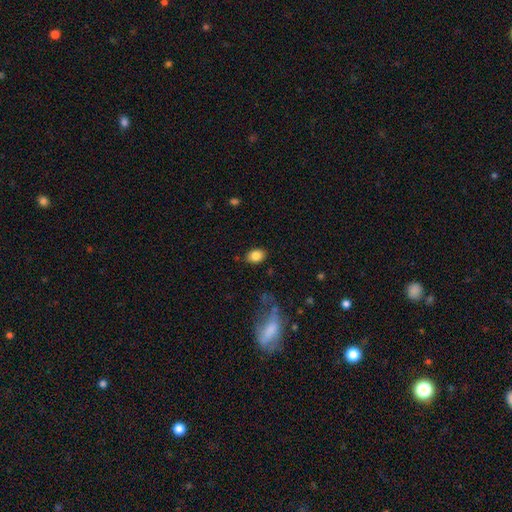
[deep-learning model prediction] A smooth galaxy with no disk features (83%) that is in between round and cigar-shaped (72%).

Vote fractions:
- Smooth or featured? smooth: 83% / star or artifact: 9% / featured or disk: 8%
- How rounded? in between: 72% / round: 27% / cigar-shaped: 1%
- Merging? none: 85% / minor disturbance: 10% / major disturbance: 3% / merger: 2%